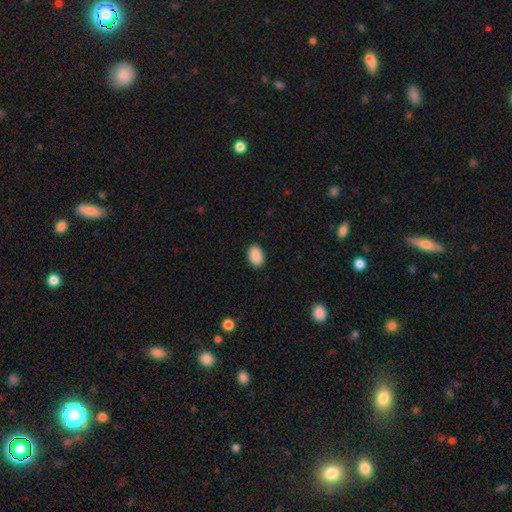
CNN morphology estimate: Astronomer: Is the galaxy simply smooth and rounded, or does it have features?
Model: smooth — 90%.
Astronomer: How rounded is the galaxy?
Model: in between — 90%.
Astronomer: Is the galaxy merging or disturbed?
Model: none — 89%.